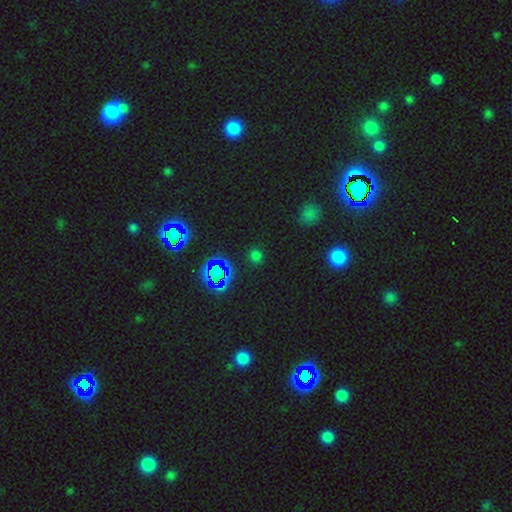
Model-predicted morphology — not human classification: Smooth or featured?
  - smooth: 50% *
  - star or artifact: 44%
  - featured or disk: 7%
Merging?
  - none: 88% *
  - minor disturbance: 7%
  - major disturbance: 3%
  - merger: 2%